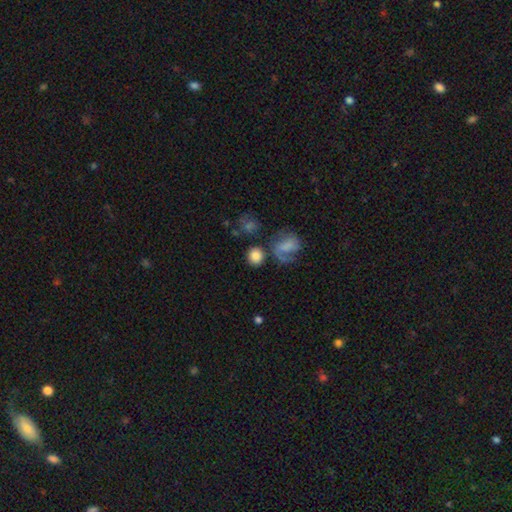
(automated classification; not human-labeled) smooth_or_featured: smooth (p=0.81) [alt: featured or disk p=0.10]
how_rounded: round (p=0.84) [alt: in between p=0.15]
merging: none (p=0.68) [alt: merger p=0.12]